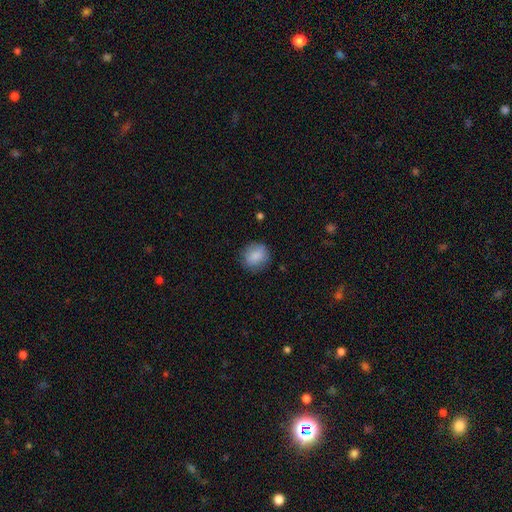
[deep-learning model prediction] smooth_or_featured: smooth (p=0.86) [alt: star or artifact p=0.07]
how_rounded: round (p=0.77) [alt: in between p=0.22]
merging: none (p=0.81) [alt: minor disturbance p=0.14]